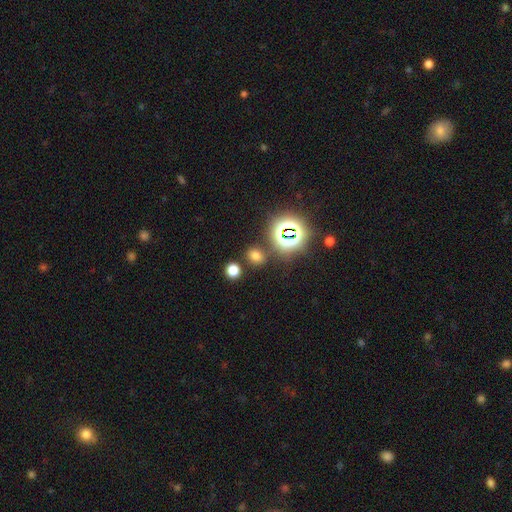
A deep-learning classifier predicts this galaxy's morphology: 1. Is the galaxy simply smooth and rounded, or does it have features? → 63% smooth, 30% star or artifact, 6% featured or disk.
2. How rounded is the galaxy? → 53% round, 46% in between, 1% cigar-shaped.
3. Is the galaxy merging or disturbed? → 80% none, 9% minor disturbance, 8% merger, 3% major disturbance.